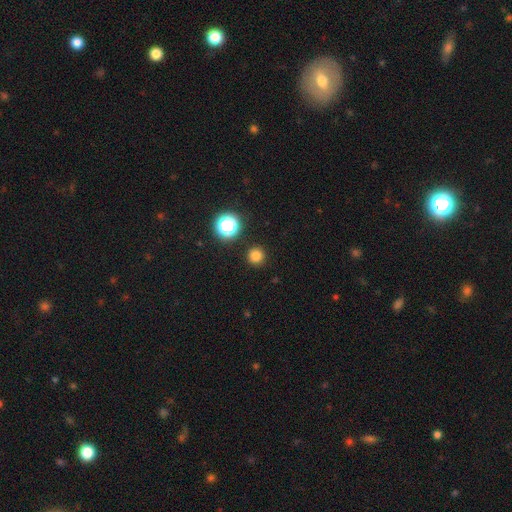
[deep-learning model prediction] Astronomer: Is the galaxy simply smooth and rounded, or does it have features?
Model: smooth — 79%.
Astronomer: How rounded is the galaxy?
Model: round — 96%.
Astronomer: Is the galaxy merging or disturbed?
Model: none — 92%.